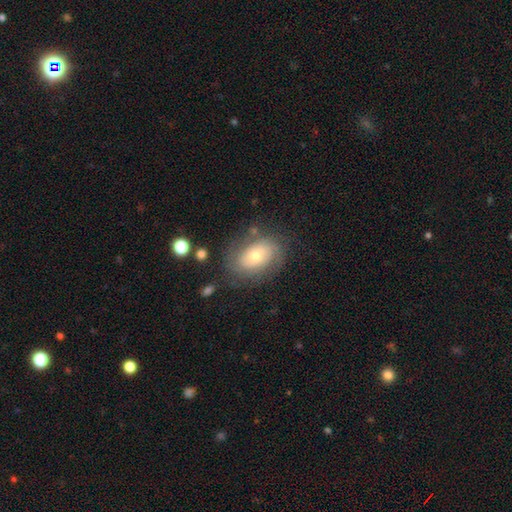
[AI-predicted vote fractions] The model was most divided on "smooth or featured": featured or disk: 51%, smooth: 39%, star or artifact: 9%. More confident: edge-on disk — no (94%); merging — none (70%).